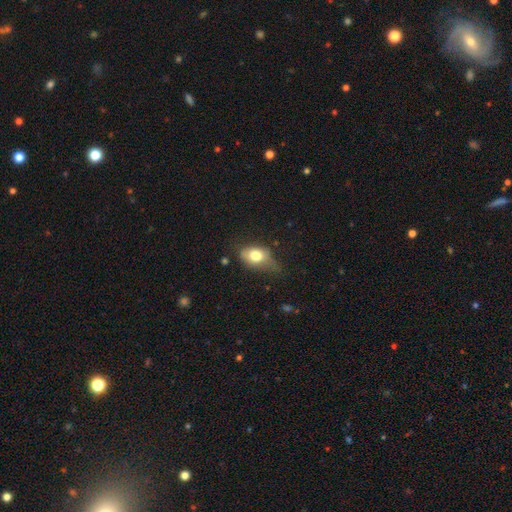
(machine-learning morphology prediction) smooth-or-featured: smooth: 73% | featured or disk: 18% | star or artifact: 8%
  how-rounded: in between: 79% | round: 19% | cigar-shaped: 2%
  merging: none: 44% | minor disturbance: 37% | major disturbance: 16% | merger: 3%